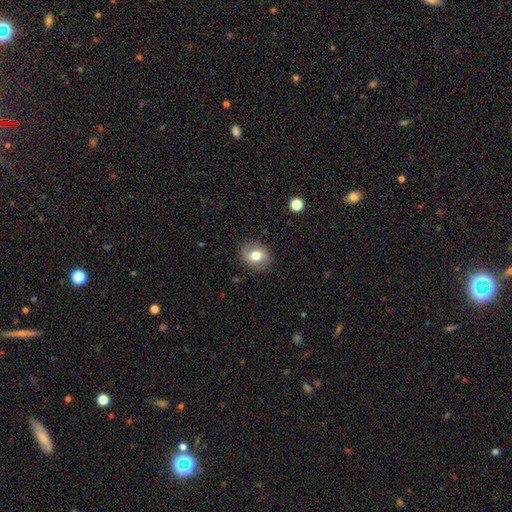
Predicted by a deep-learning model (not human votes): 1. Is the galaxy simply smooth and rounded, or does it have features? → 71% smooth, 21% featured or disk, 9% star or artifact.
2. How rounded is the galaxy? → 62% round, 37% in between, 1% cigar-shaped.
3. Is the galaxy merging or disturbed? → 84% none, 12% minor disturbance, 3% major disturbance, 1% merger.